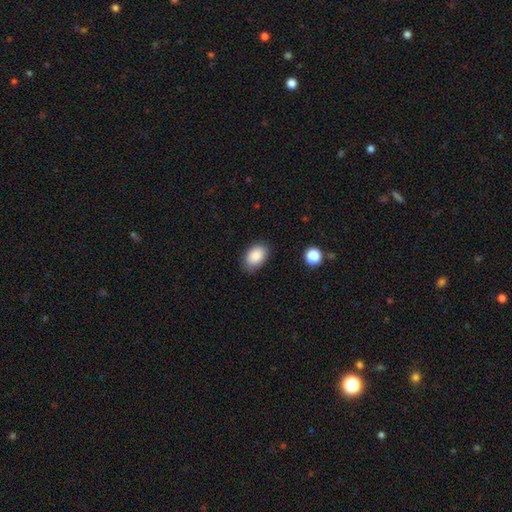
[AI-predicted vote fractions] Smooth or featured: smooth — 87% (star or artifact — 8%)
How rounded: in between — 89% (round — 10%)
Merging: none — 82% (minor disturbance — 14%)